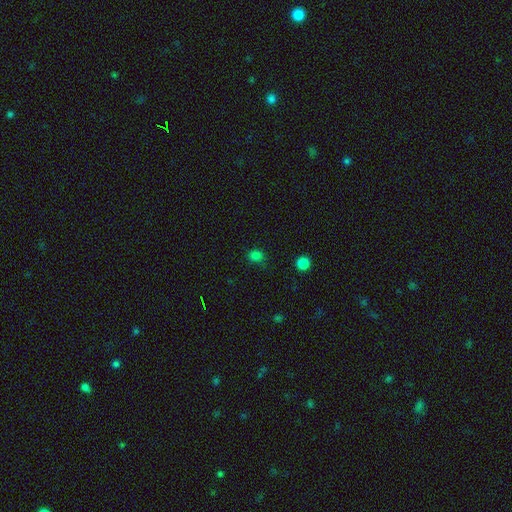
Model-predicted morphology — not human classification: Q: Smooth or featured?
A: smooth (76%); runner-up: star or artifact (21%)
Q: How rounded?
A: round (70%); runner-up: in between (29%)
Q: Merging?
A: none (78%); runner-up: minor disturbance (15%)